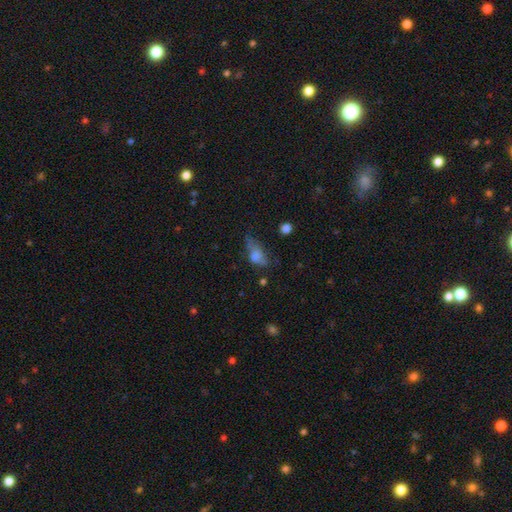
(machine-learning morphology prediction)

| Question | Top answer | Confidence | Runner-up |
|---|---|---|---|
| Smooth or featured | smooth | 63% | featured or disk (23%) |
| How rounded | in between | 76% | cigar-shaped (14%) |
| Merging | none | 32% | tied: minor disturbance (32%) |